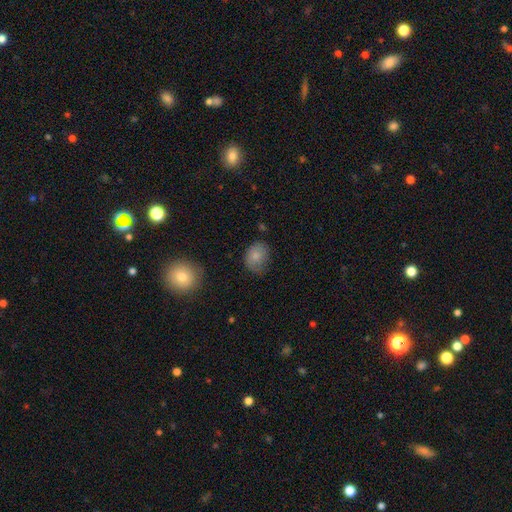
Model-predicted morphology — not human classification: Smooth or featured?
  - smooth: 80% *
  - featured or disk: 11%
  - star or artifact: 9%
How rounded?
  - in between: 53% *
  - round: 46%
  - cigar-shaped: 1%
Merging?
  - none: 64% *
  - minor disturbance: 27%
  - major disturbance: 7%
  - merger: 2%